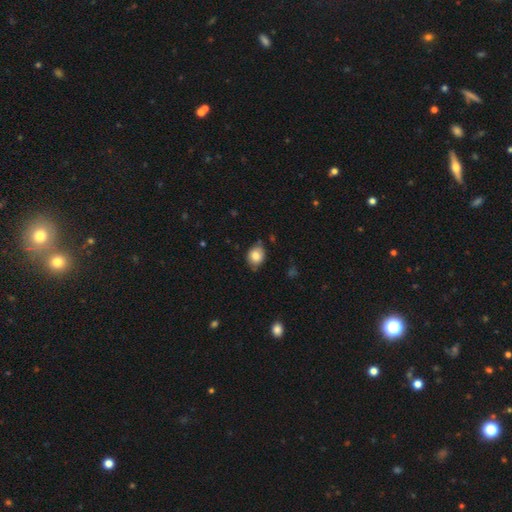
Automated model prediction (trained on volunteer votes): This is clearly a smooth galaxy (81%). How rounded: possibly round (52%). Merging: likely none (71%).